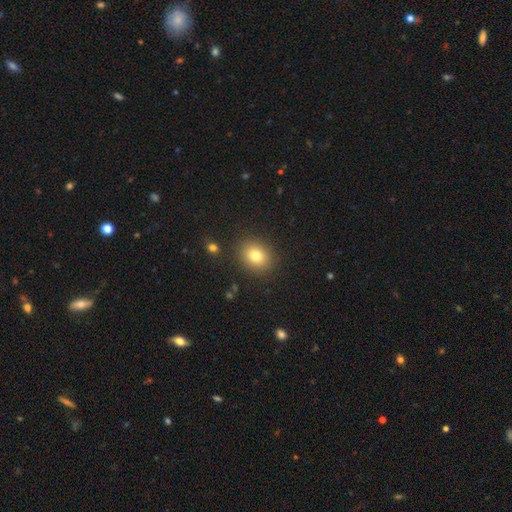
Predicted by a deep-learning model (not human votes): smooth_or_featured: smooth (p=0.80) [alt: star or artifact p=0.11]
how_rounded: round (p=0.60) [alt: in between p=0.39]
merging: none (p=0.88) [alt: minor disturbance p=0.08]